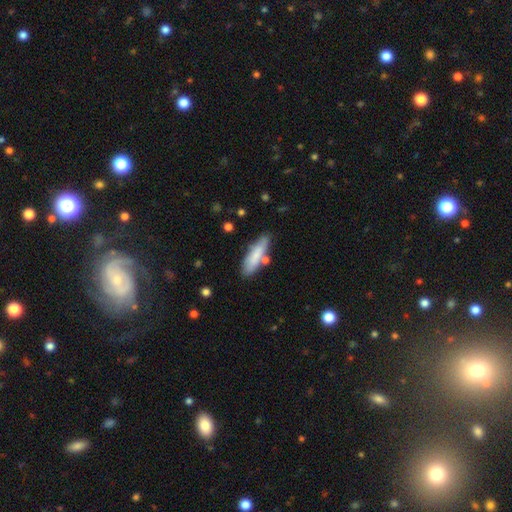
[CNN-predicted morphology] The model was most divided on "how rounded": cigar-shaped: 61%, in between: 37%, round: 2%. More confident: smooth or featured — smooth (77%); merging — none (72%).